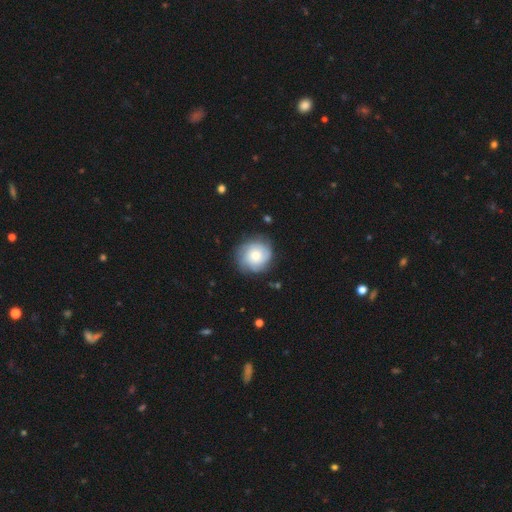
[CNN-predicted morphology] The model was most divided on "smooth or featured": smooth: 50%, featured or disk: 43%, star or artifact: 8%. More confident: merging — none (78%).